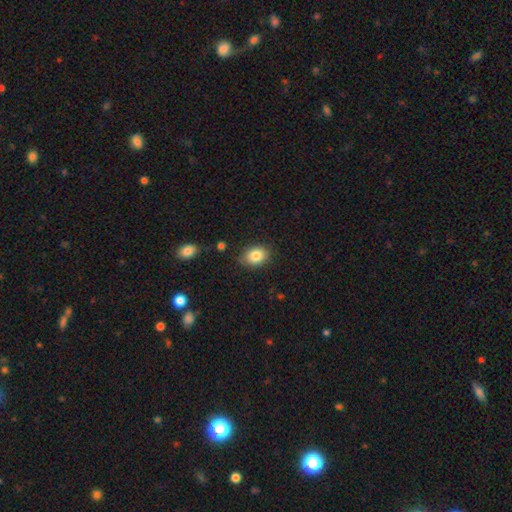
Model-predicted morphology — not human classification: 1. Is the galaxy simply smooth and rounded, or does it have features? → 84% smooth, 9% star or artifact, 7% featured or disk.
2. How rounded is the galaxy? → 66% in between, 33% round, 1% cigar-shaped.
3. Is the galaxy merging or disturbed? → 82% none, 13% minor disturbance, 3% major disturbance, 2% merger.